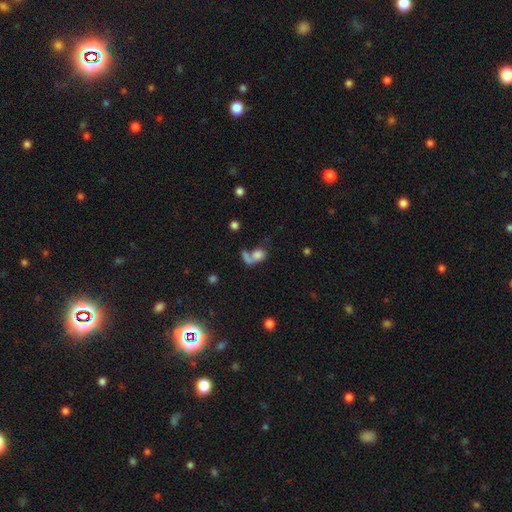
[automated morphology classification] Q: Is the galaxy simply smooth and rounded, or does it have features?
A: smooth — 70%.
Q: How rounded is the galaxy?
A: in between — 54%.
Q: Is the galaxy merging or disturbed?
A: merger — 48%.